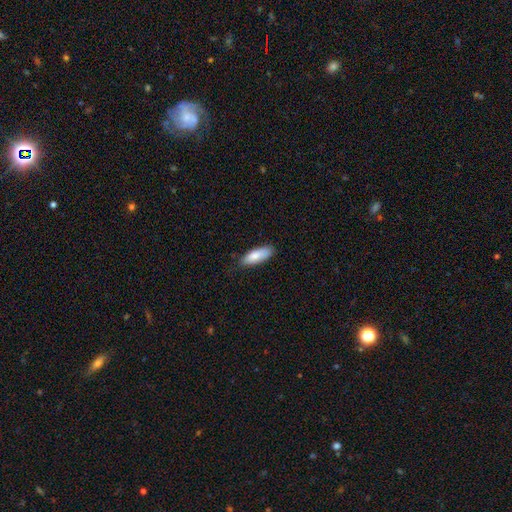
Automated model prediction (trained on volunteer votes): A smooth galaxy with no disk features (83%) that is in between round and cigar-shaped (67%). Merging: none (77%).